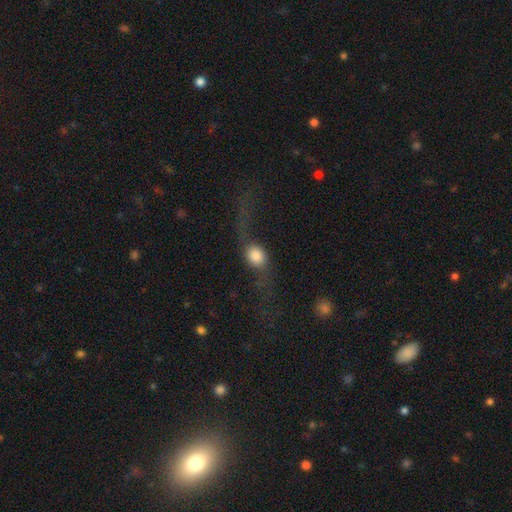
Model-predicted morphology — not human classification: Smooth or featured: smooth — 57% (featured or disk — 32%)
How rounded: round — 61% (in between — 33%)
Merging: none — 39% (major disturbance — 38%)